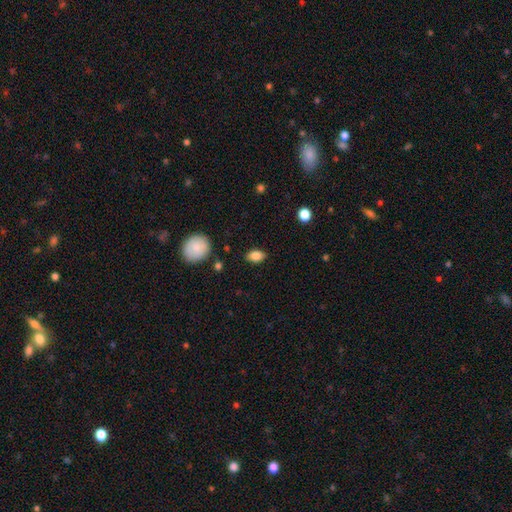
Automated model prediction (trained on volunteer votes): This appears to be a smooth galaxy with no disk features (85%) that is in between round and cigar-shaped (84%). Merging: none (86%).